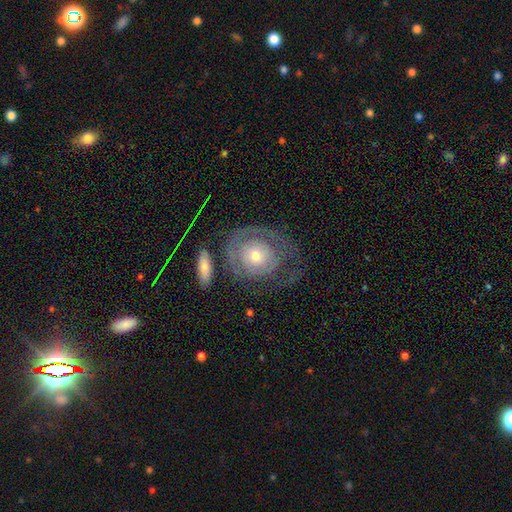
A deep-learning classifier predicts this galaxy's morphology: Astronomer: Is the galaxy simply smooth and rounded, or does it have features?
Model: featured or disk — 64%.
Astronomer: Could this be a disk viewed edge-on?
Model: no — 95%.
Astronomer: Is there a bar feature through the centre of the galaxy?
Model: no — 83%.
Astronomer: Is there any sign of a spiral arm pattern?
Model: yes — 62% (runner-up: no, 38%).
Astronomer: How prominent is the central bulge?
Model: small — 49% (runner-up: moderate, 44%).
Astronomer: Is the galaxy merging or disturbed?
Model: none — 48% (runner-up: major disturbance, 27%).